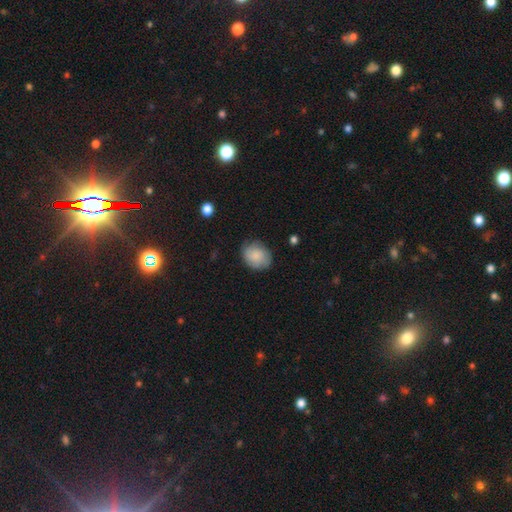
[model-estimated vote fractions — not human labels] Smooth or featured?
  - smooth: 78% *
  - featured or disk: 15%
  - star or artifact: 7%
How rounded?
  - round: 54% *
  - in between: 45%
  - cigar-shaped: 1%
Merging?
  - none: 75% *
  - minor disturbance: 19%
  - major disturbance: 5%
  - merger: 1%